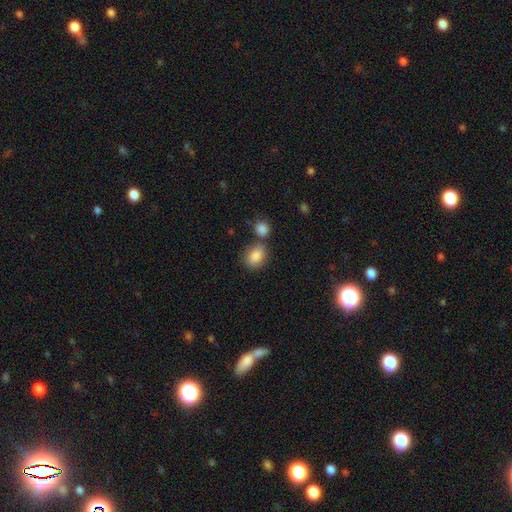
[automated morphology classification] Smooth or featured? Predicted: smooth (p=0.86). How rounded? Predicted: in between (p=0.65). Merging? Predicted: none (p=0.60).